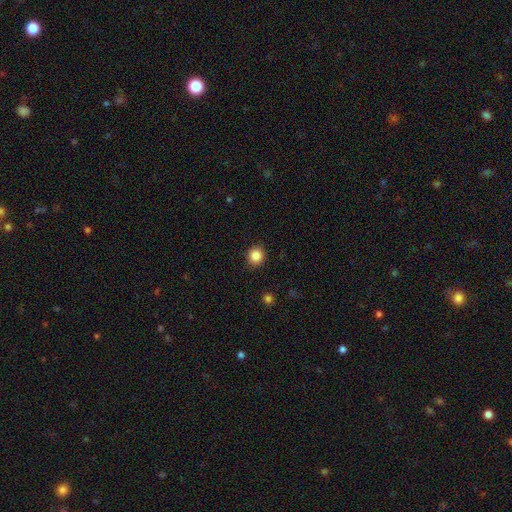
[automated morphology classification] smooth 86%, star or artifact 10%, featured or disk 4%. Down the decision tree: how rounded — round (91%); merging — none (91%).